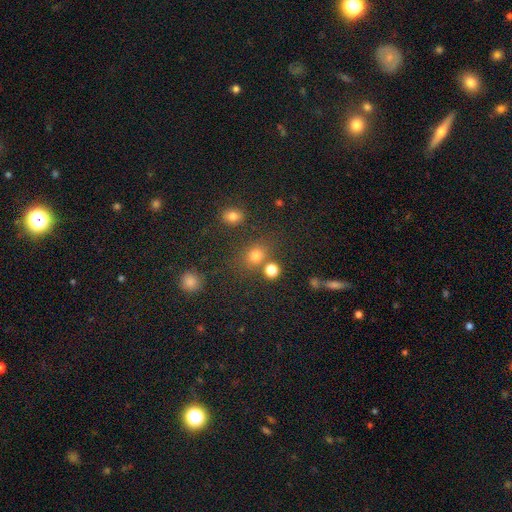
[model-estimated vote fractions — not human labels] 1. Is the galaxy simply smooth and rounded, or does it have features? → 74% smooth, 19% star or artifact, 8% featured or disk.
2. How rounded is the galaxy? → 62% round, 36% in between, 1% cigar-shaped.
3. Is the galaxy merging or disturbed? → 70% none, 14% merger, 12% minor disturbance, 5% major disturbance.